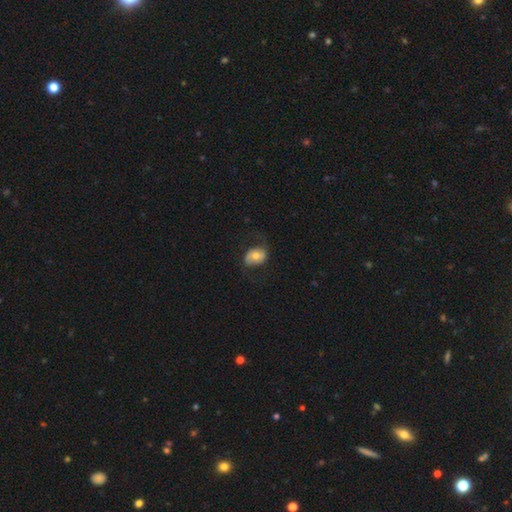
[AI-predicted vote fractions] Q: Smooth or featured?
A: smooth (51%); runner-up: featured or disk (41%)
Q: How rounded?
A: in between (74%); runner-up: round (25%)
Q: Merging?
A: none (66%); runner-up: minor disturbance (19%)